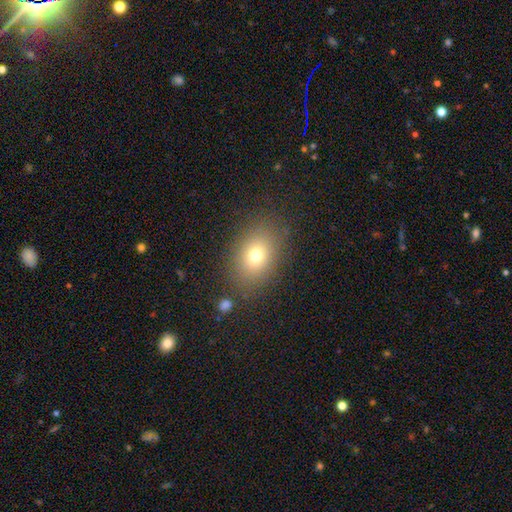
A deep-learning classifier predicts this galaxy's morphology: Q: Smooth or featured?
A: smooth (73%); runner-up: star or artifact (14%)
Q: How rounded?
A: in between (70%); runner-up: round (29%)
Q: Merging?
A: none (83%); runner-up: minor disturbance (11%)